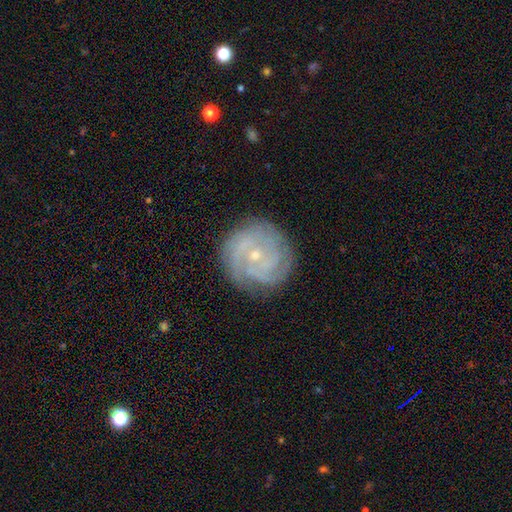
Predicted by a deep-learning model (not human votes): Smooth or featured? Predicted: featured or disk (p=0.81). Edge-on disk? Predicted: no (p=0.98). Bar? Predicted: no (p=0.72). Spiral arms? Predicted: yes (p=0.96). Spiral winding? Predicted: tight (p=0.75). Spiral arm count? Predicted: can't tell (p=0.27). Bulge size? Predicted: small (p=0.79). Merging? Predicted: none (p=0.82).